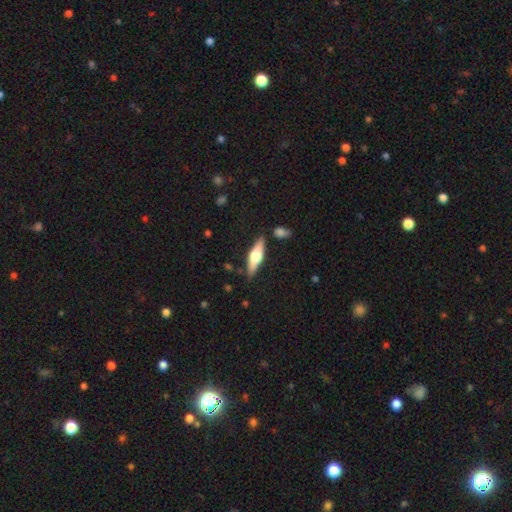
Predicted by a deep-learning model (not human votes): This appears to be a featured or disk galaxy (56%) viewed edge-on (93%) with a rounded central bulge (94%). Merging: none (84%).